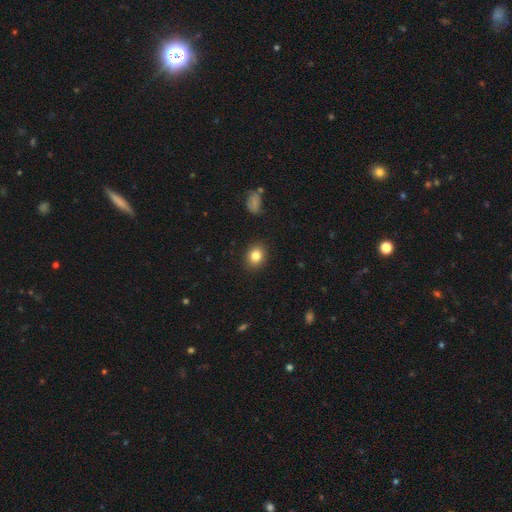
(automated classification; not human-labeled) Smooth or featured? smooth (84%)
How rounded? round (58%)
Merging? none (89%)